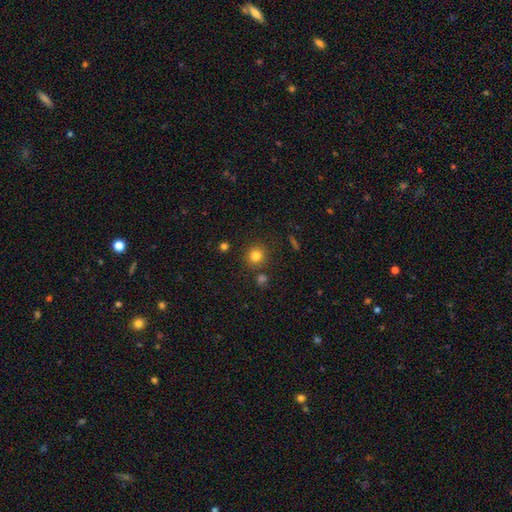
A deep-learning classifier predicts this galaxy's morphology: Overall: smooth (82%). How rounded: round (91%). Merging: none (84%).